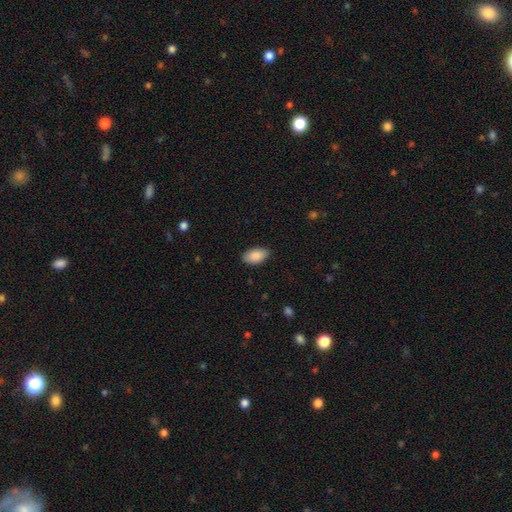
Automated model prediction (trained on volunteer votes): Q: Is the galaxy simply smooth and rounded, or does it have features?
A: smooth — 89%.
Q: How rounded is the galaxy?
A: in between — 95%.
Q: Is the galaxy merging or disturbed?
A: none — 86%.